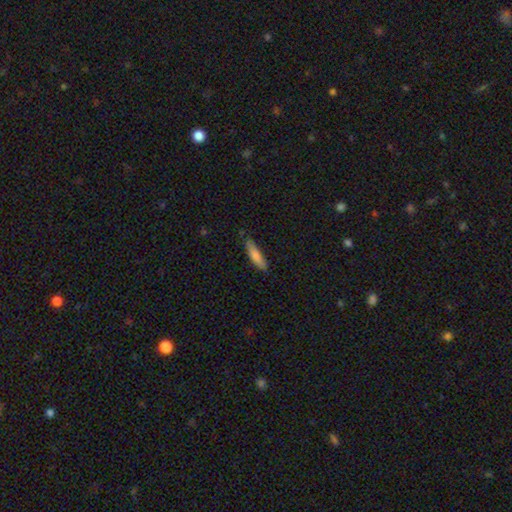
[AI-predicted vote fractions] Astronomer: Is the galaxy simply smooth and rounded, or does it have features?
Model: smooth — 79%.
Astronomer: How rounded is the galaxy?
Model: cigar-shaped — 71%.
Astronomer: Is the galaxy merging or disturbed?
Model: none — 78%.